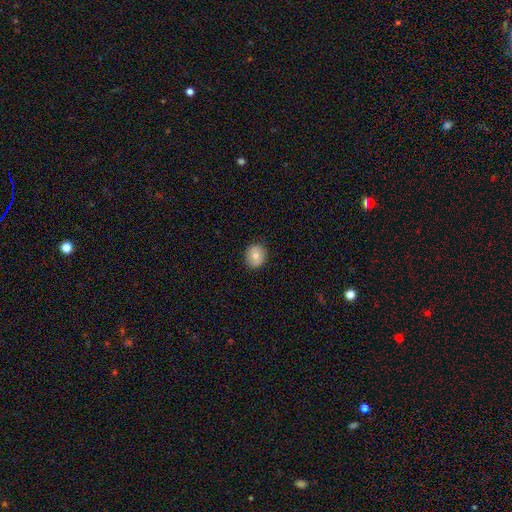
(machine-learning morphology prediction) Smooth or featured? Predicted: smooth (p=0.76). How rounded? Predicted: round (p=0.76). Merging? Predicted: none (p=0.89).